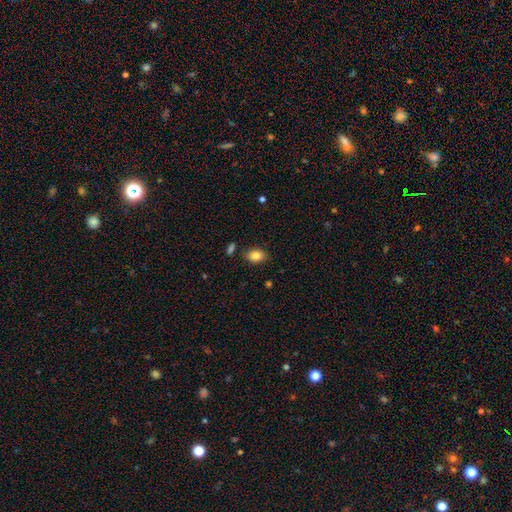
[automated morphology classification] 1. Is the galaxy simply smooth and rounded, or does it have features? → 85% smooth, 8% star or artifact, 6% featured or disk.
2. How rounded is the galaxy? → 82% in between, 17% round, 1% cigar-shaped.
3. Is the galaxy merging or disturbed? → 83% none, 11% minor disturbance, 3% merger, 3% major disturbance.